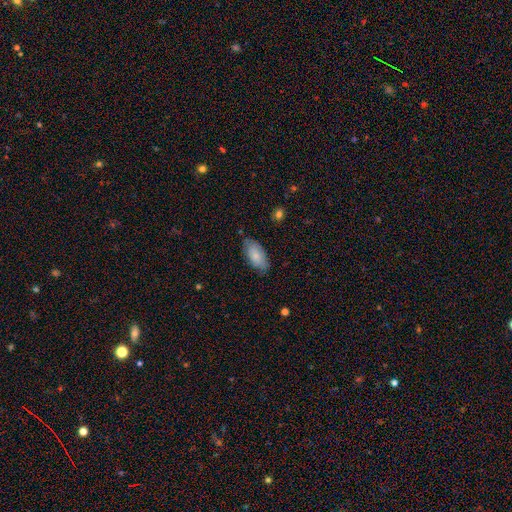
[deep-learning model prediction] Smooth or featured? Predicted: smooth (p=0.76). How rounded? Predicted: in between (p=0.93). Merging? Predicted: none (p=0.73).